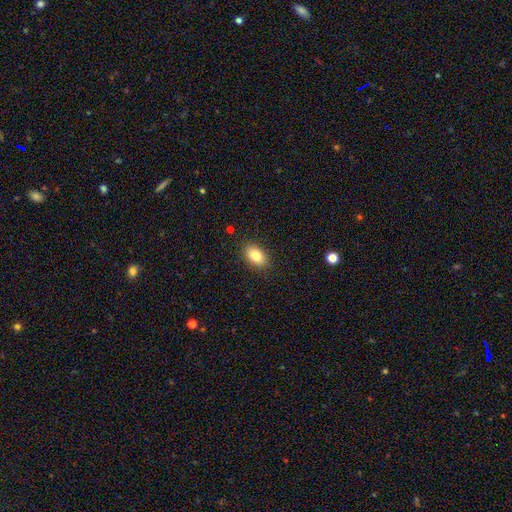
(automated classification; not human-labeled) A smooth galaxy with no disk features (83%) that is in between round and cigar-shaped (89%).

Vote fractions:
- Smooth or featured? smooth: 83% / featured or disk: 9% / star or artifact: 8%
- How rounded? in between: 89% / round: 9% / cigar-shaped: 2%
- Merging? none: 88% / minor disturbance: 9% / major disturbance: 2% / merger: 1%